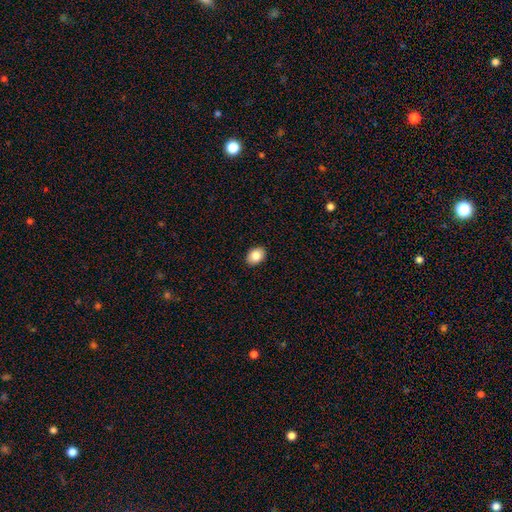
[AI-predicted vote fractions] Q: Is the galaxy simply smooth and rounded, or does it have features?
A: smooth — 84%.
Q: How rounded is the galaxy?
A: in between — 77%.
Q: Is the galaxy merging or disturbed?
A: none — 91%.